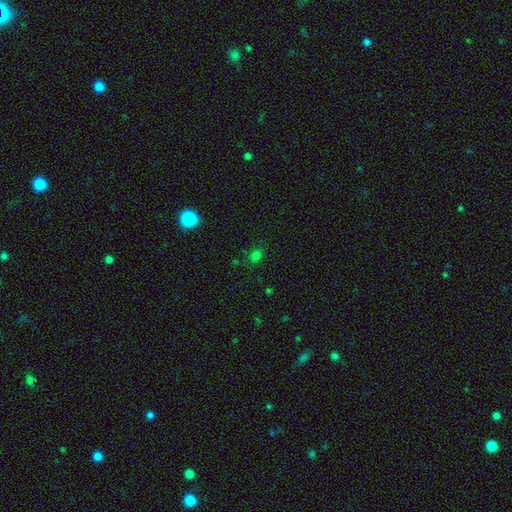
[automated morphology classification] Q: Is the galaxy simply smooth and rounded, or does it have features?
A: smooth — 73%.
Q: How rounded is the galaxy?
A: round — 68%.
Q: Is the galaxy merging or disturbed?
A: none — 82%.